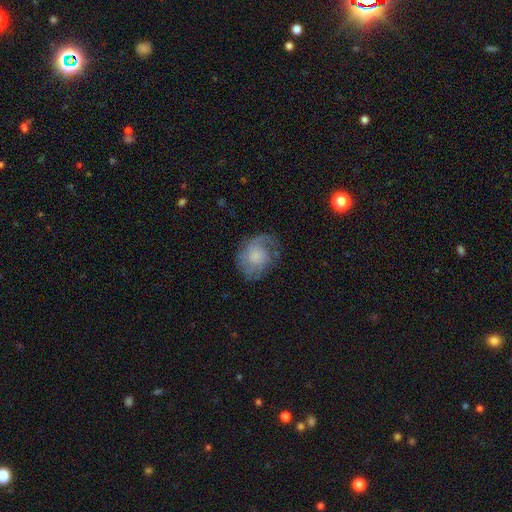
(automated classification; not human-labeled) smooth-or-featured: featured or disk: 61% | smooth: 31% | star or artifact: 8%
  disk-edge-on: no: 98% | yes: 2%
    bar: no: 77% | weak: 21% | strong: 2%
    has-spiral-arms: yes: 87% | no: 13%
      spiral-winding: medium: 40% | tight: 33% | loose: 27%
      spiral-arm-count: 2: 30% | can't tell: 28% | 1: 25% | 3: 10% | 4: 4% | more than 4: 3%
    bulge-size: small: 45% | moderate: 28% | none: 17% | large: 8% | dominant: 2%
  merging: none: 56% | minor disturbance: 23% | major disturbance: 20% | merger: 1%